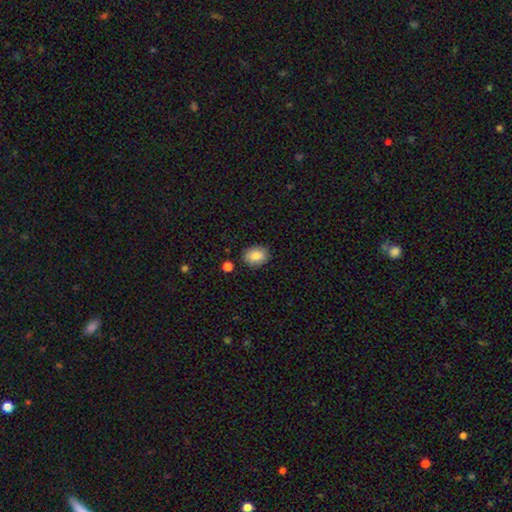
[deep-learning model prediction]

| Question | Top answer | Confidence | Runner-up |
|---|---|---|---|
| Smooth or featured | smooth | 86% | star or artifact (8%) |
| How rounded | in between | 56% | round (43%) |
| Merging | none | 86% | minor disturbance (10%) |